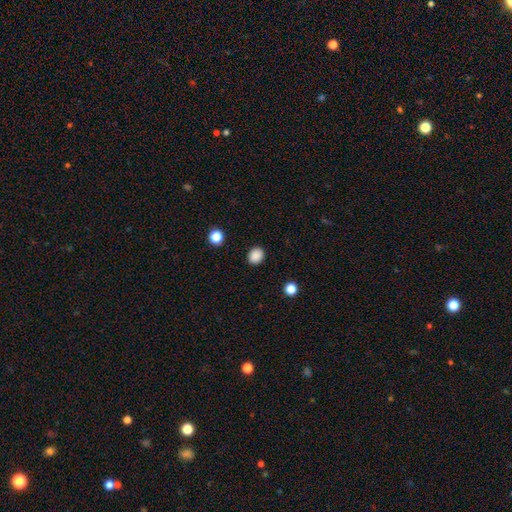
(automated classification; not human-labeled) smooth-or-featured: smooth: 87% | star or artifact: 10% | featured or disk: 2%
  how-rounded: round: 71% | in between: 28% | cigar-shaped: 1%
  merging: none: 90% | minor disturbance: 6% | major disturbance: 2% | merger: 1%